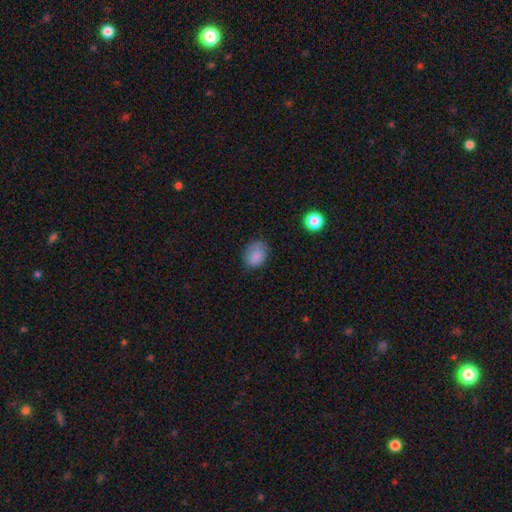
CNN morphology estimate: type=smooth (84%); roundness=in between (57%); merging=none (66%).